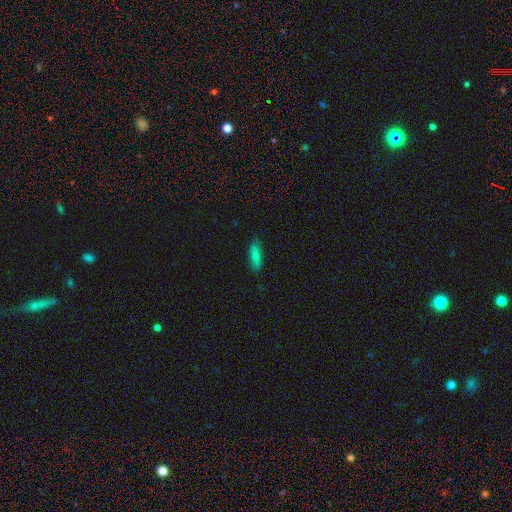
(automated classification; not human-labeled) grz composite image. It shows a smooth galaxy with no disk features (80%) that is cigar-shaped (56%). Merging: none (81%).